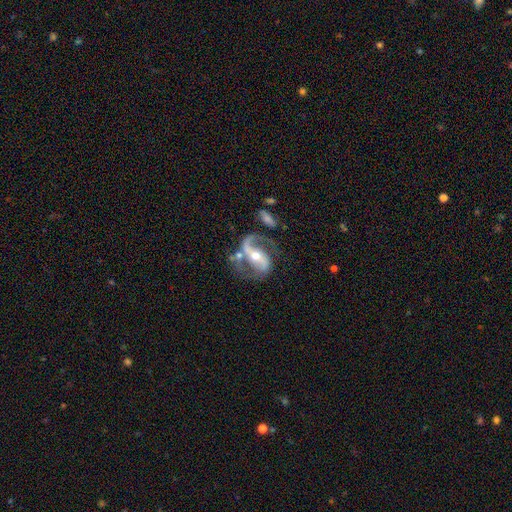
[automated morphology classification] Smooth or featured?
  - featured or disk: 90% *
  - smooth: 5%
  - star or artifact: 5%
Edge-on disk?
  - no: 97% *
  - yes: 3%
Bar?
  - strong: 45% *
  - weak: 30%
  - no: 25%
Spiral arms?
  - yes: 96% *
  - no: 4%
Spiral winding?
  - medium: 46% *
  - loose: 42%
  - tight: 12%
Spiral arm count?
  - 2: 85% *
  - 1: 10%
  - can't tell: 2%
  - 3: 1%
  - 4: 1%
  - more than 4: 1%
Bulge size?
  - moderate: 61% *
  - small: 34%
  - large: 3%
  - none: 1%
  - dominant: 1%
Merging?
  - none: 57% *
  - minor disturbance: 18%
  - major disturbance: 16%
  - merger: 8%